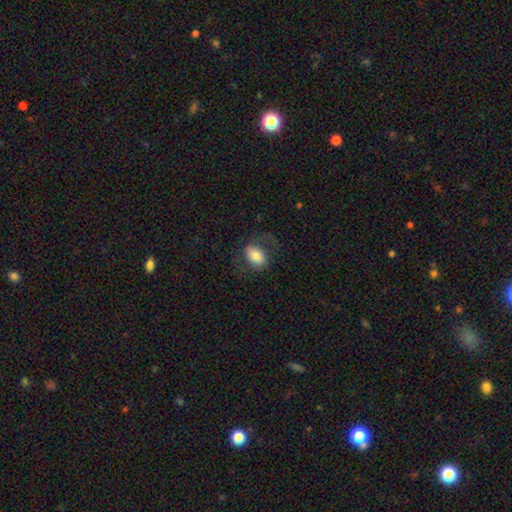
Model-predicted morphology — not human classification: smooth 69%, featured or disk 23%, star or artifact 8%. Down the decision tree: how rounded — in between (79%); merging — none (69%).